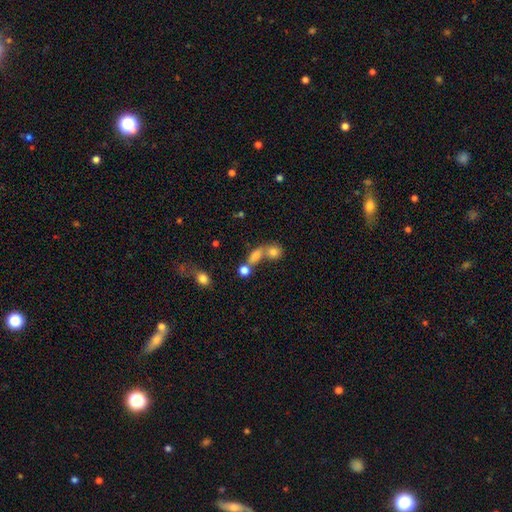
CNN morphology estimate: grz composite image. It shows a smooth galaxy with no disk features (64%) that is round (56%). Merging: merger (52%).